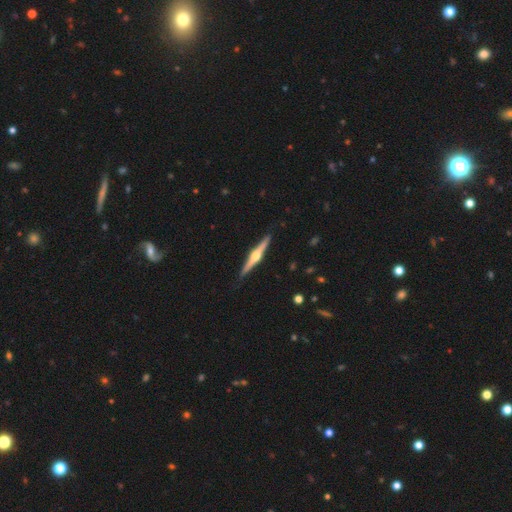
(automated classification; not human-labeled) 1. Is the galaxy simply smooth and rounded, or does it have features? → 81% featured or disk, 14% smooth, 5% star or artifact.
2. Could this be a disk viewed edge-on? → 98% yes, 2% no.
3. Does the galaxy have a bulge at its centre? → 94% rounded, 4% boxy, 2% none.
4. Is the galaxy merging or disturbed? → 90% none, 7% minor disturbance, 1% major disturbance, 1% merger.